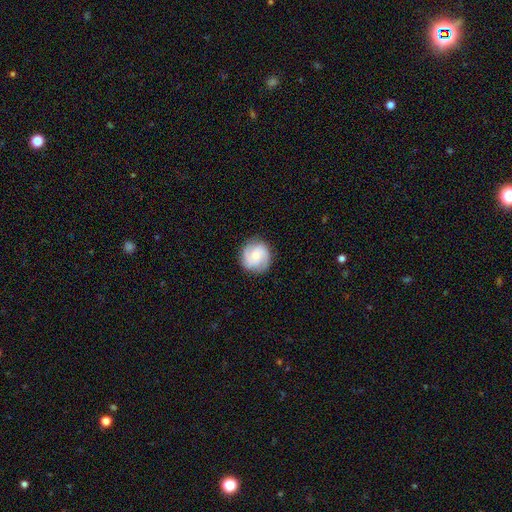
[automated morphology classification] Smooth or featured? Predicted: featured or disk (p=0.62). Edge-on disk? Predicted: no (p=0.98). Bar? Predicted: no (p=0.68). Spiral arms? Predicted: yes (p=0.95). Spiral winding? Predicted: tight (p=0.46). Spiral arm count? Predicted: 3 (p=0.44). Bulge size? Predicted: small (p=0.55). Merging? Predicted: none (p=0.83).